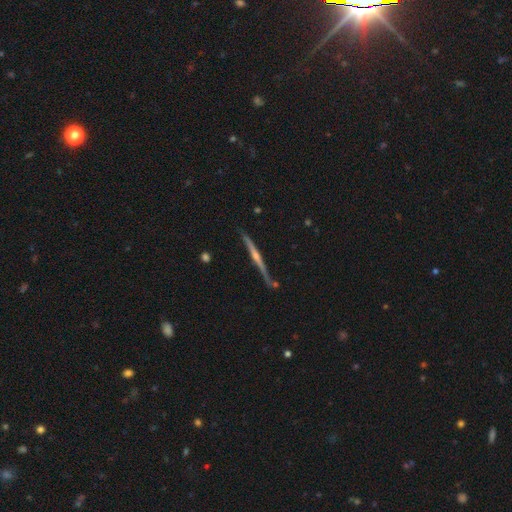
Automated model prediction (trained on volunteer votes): Smooth or featured? Predicted: featured or disk (p=0.80). Edge-on disk? Predicted: yes (p=0.98). Edge-on bulge? Predicted: rounded (p=0.75). Merging? Predicted: none (p=0.80).